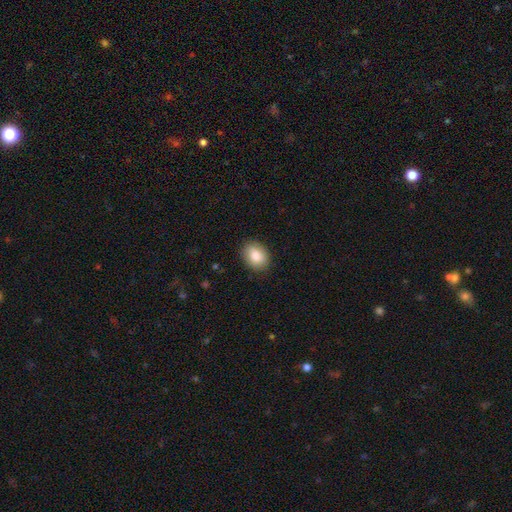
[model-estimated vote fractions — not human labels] This is clearly a smooth galaxy (86%). How rounded: likely in between (69%). Merging: clearly none (86%).